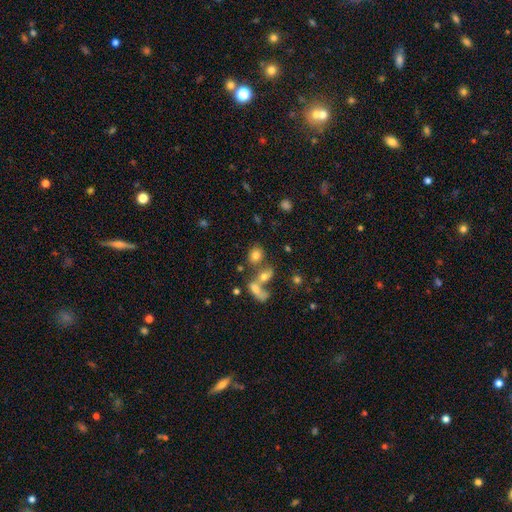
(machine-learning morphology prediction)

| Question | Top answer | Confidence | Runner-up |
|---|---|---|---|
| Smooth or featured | smooth | 74% | featured or disk (13%) |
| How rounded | round | 51% | in between (47%) |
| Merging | none | 49% | merger (32%) |